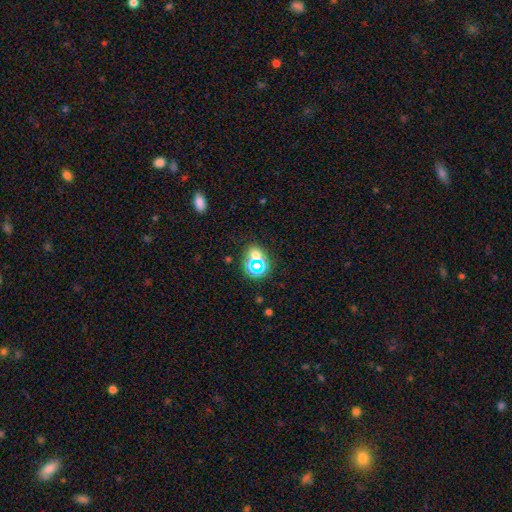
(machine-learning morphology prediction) A smooth galaxy with no disk features (45%).

Vote fractions:
- Smooth or featured? smooth: 45% / star or artifact: 43% / featured or disk: 11%
- Merging? none: 66% / merger: 15% / minor disturbance: 12% / major disturbance: 7%